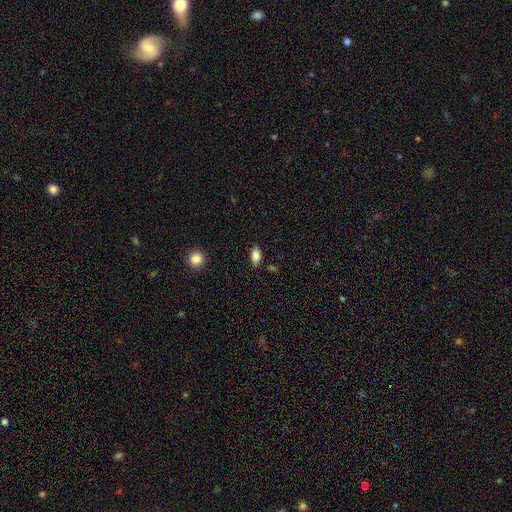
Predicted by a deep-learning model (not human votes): Smooth or featured? smooth (84%)
How rounded? in between (88%)
Merging? none (79%)